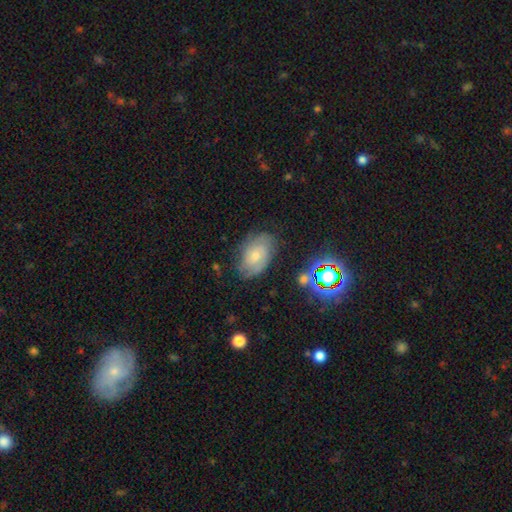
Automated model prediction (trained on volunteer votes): The model was most divided on "smooth or featured": featured or disk: 45%, smooth: 44%, star or artifact: 11%. More confident: merging — none (69%).